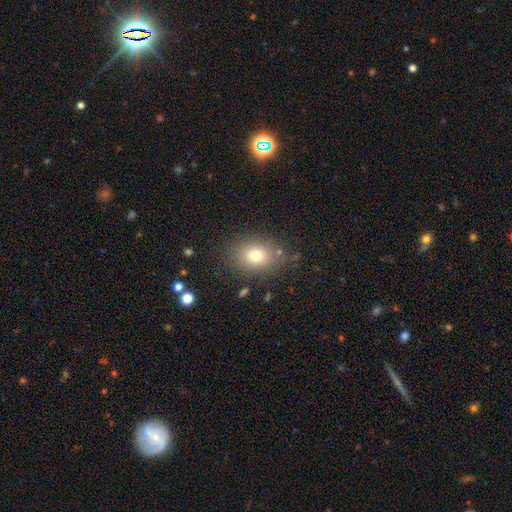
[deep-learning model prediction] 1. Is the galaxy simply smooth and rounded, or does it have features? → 76% smooth, 13% star or artifact, 11% featured or disk.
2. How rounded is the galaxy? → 57% in between, 41% round, 1% cigar-shaped.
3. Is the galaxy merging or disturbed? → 82% none, 11% minor disturbance, 4% major disturbance, 2% merger.